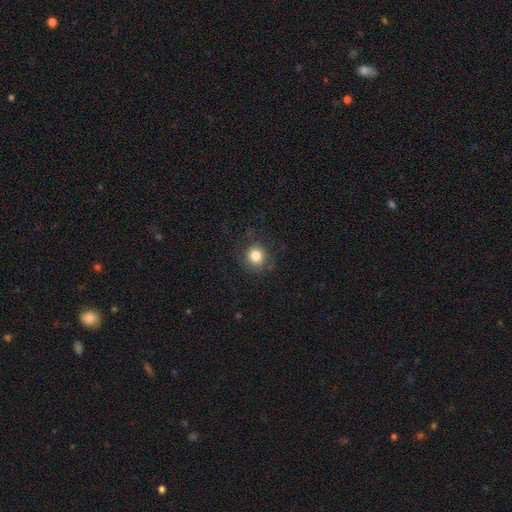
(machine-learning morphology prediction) This is clearly a smooth galaxy (83%). How rounded: clearly round (86%). Merging: likely none (79%).